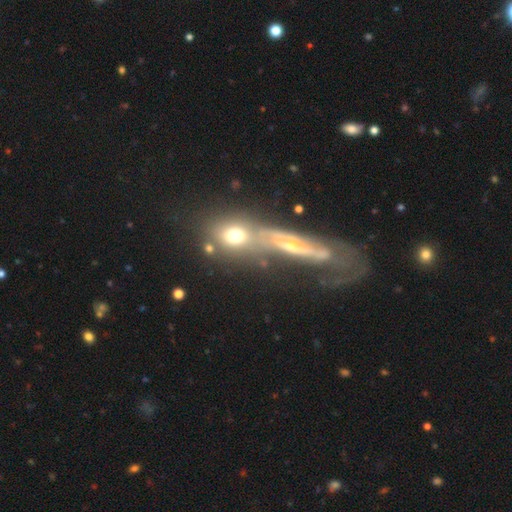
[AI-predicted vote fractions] This is possibly a featured or disk galaxy (52%). It is possibly not viewed edge-on (60%). Merging: possibly merger (53%).